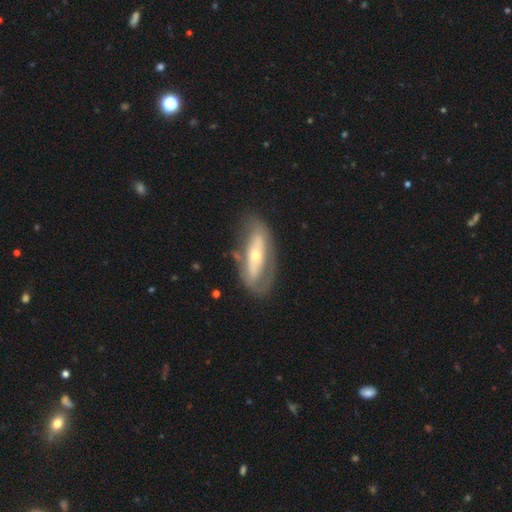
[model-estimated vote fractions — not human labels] Smooth or featured?
  - featured or disk: 66% *
  - smooth: 29%
  - star or artifact: 6%
Edge-on disk?
  - no: 80% *
  - yes: 20%
Bar?
  - no: 49% *
  - strong: 34%
  - weak: 17%
Spiral arms?
  - no: 60% *
  - yes: 40%
Bulge size?
  - small: 53% *
  - moderate: 41%
  - large: 3%
  - dominant: 1%
  - none: 1%
Merging?
  - none: 63% *
  - minor disturbance: 20%
  - major disturbance: 13%
  - merger: 4%